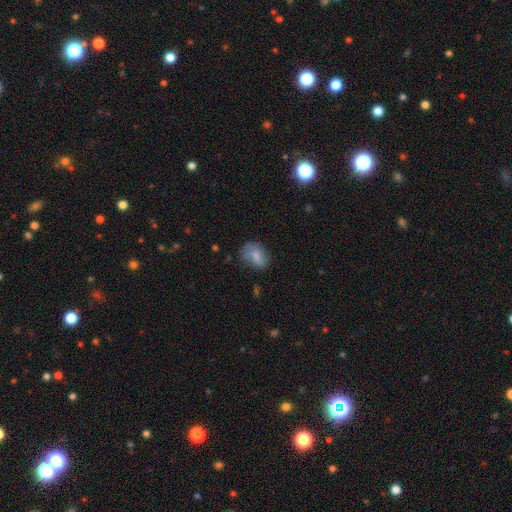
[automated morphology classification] Smooth or featured: smooth — 72% (featured or disk — 19%)
How rounded: in between — 72% (round — 26%)
Merging: none — 57% (minor disturbance — 28%)